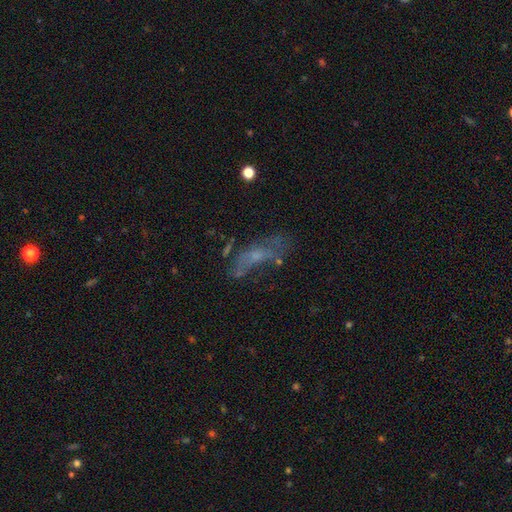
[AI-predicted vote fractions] Morphology: type=featured or disk (46%); merging=none (39%).